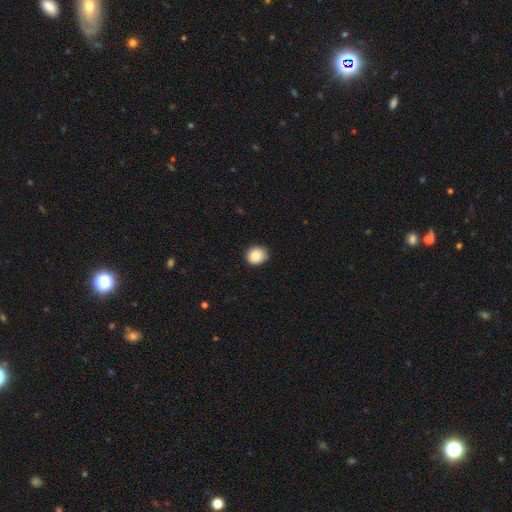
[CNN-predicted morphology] smooth-or-featured: smooth: 87% | star or artifact: 9% | featured or disk: 4%
  how-rounded: round: 79% | in between: 20% | cigar-shaped: 1%
  merging: none: 86% | minor disturbance: 11% | major disturbance: 2% | merger: 1%